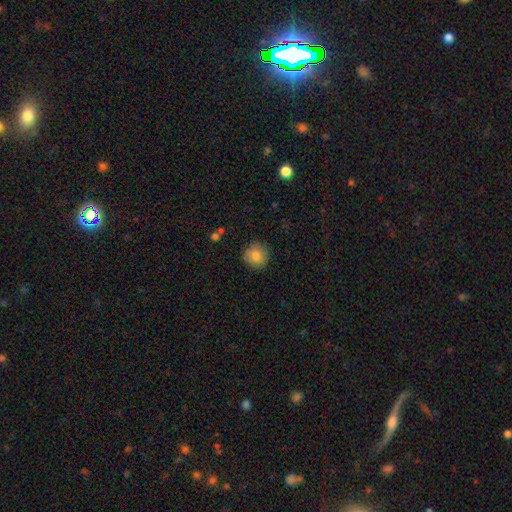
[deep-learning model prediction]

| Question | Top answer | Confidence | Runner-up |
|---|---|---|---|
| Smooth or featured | smooth | 83% | star or artifact (9%) |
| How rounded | round | 94% | in between (5%) |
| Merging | none | 87% | minor disturbance (9%) |